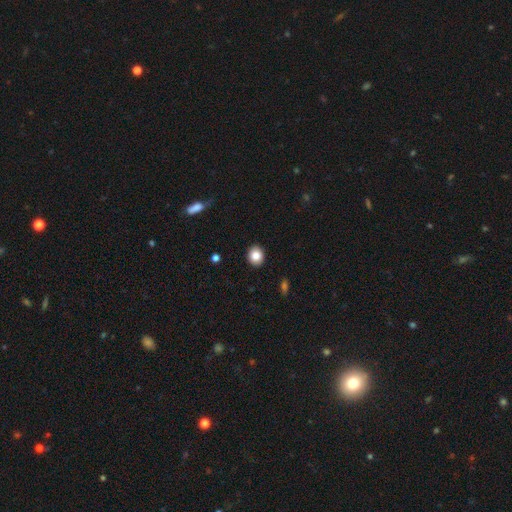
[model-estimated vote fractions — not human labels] smooth_or_featured: smooth (p=0.85) [alt: star or artifact p=0.09]
how_rounded: round (p=0.66) [alt: in between p=0.33]
merging: none (p=0.91) [alt: minor disturbance p=0.06]